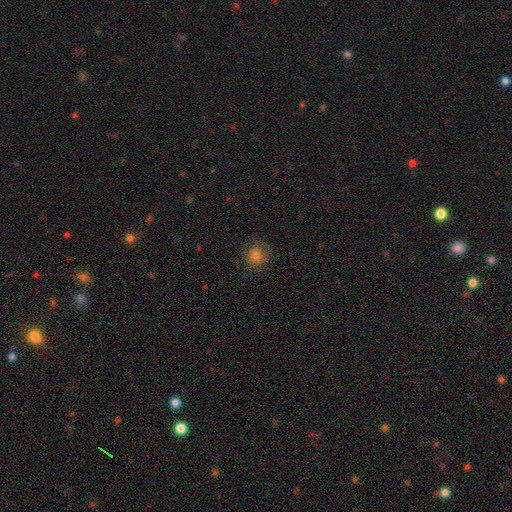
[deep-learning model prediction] Smooth or featured? Predicted: smooth (p=0.77). How rounded? Predicted: round (p=0.88). Merging? Predicted: none (p=0.82).